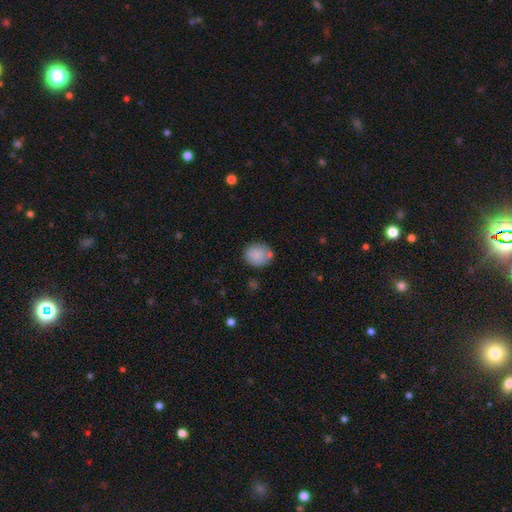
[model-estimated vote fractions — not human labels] The model was most divided on "how rounded": round: 70%, in between: 29%, cigar-shaped: 1%. More confident: smooth or featured — smooth (86%); merging — none (70%).